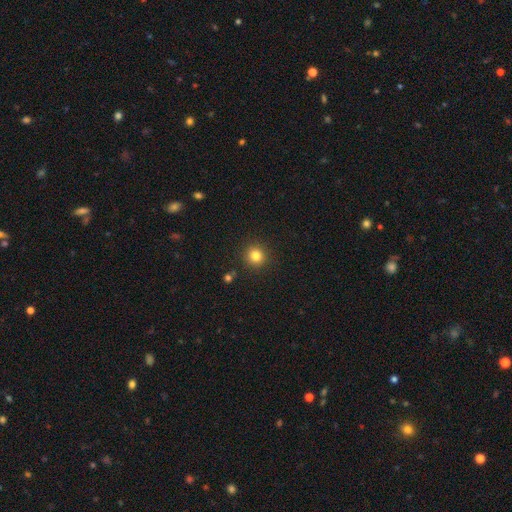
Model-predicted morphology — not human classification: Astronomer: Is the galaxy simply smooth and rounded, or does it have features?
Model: smooth — 81%.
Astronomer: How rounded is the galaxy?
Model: round — 94%.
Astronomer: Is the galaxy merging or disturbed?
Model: none — 91%.